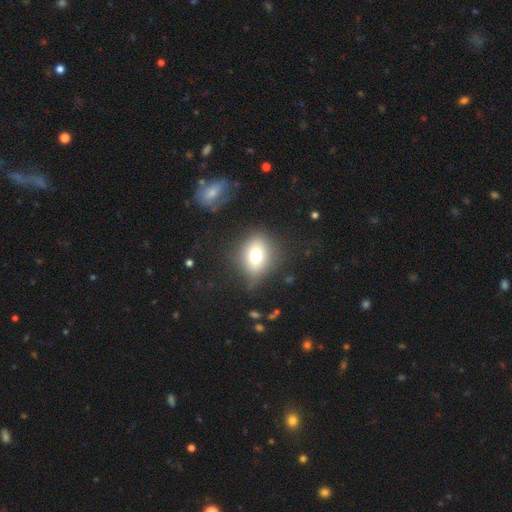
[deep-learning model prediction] Smooth or featured? Predicted: smooth (p=0.70). How rounded? Predicted: round (p=0.52). Merging? Predicted: none (p=0.70).